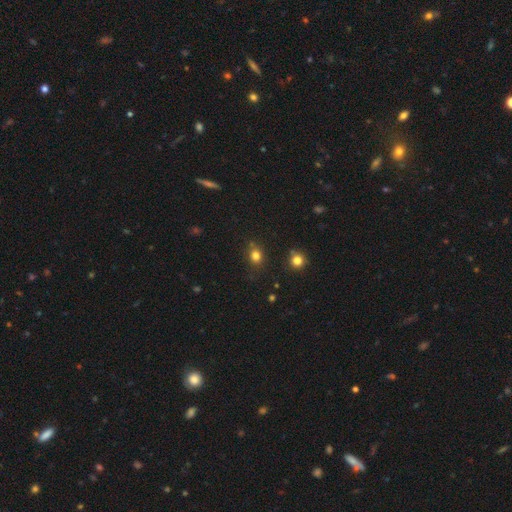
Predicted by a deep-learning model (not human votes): Smooth or featured: smooth — 79% (star or artifact — 15%)
How rounded: round — 63% (in between — 36%)
Merging: none — 74% (minor disturbance — 17%)